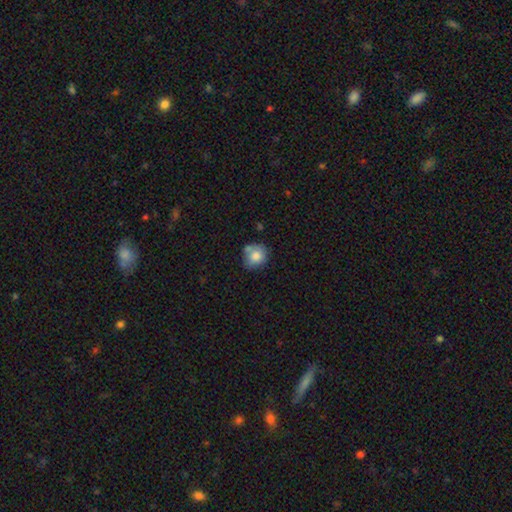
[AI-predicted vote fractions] This is likely a smooth galaxy (78%). How rounded: likely round (77%). Merging: possibly none (55%).